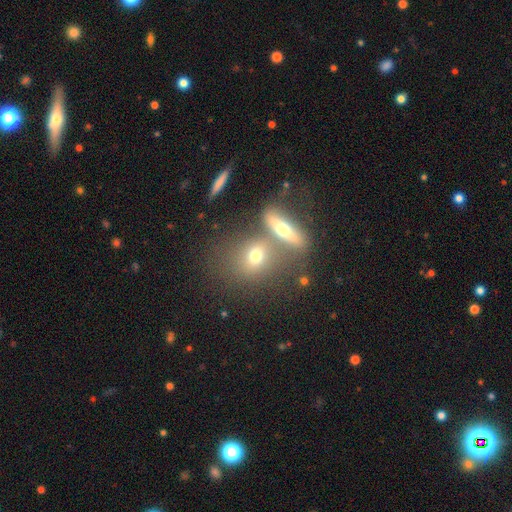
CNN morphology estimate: A smooth galaxy with no disk features (65%) that is in between round and cigar-shaped (46%, tied with round).

Vote fractions:
- Smooth or featured? smooth: 65% / featured or disk: 22% / star or artifact: 12%
- How rounded? in between: 46% (tied) / round: 46% (tied) / cigar-shaped: 8%
- Merging? none: 47% / merger: 38% / minor disturbance: 9% / major disturbance: 5%